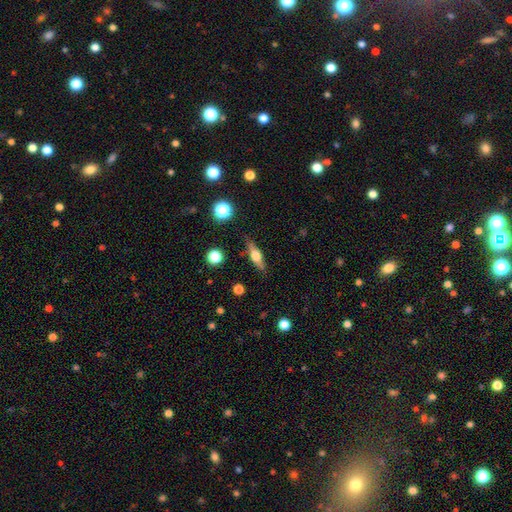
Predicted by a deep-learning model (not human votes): Smooth or featured: featured or disk — 46% (tied with smooth — 46%)
Merging: none — 83% (minor disturbance — 12%)